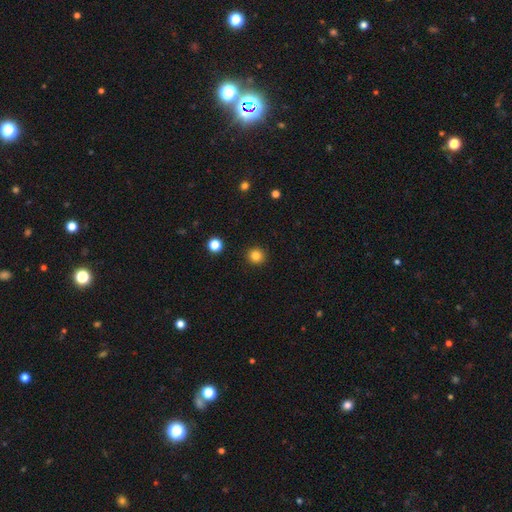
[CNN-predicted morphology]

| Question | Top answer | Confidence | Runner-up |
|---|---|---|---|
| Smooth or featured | smooth | 84% | star or artifact (12%) |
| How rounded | round | 94% | in between (5%) |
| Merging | none | 93% | minor disturbance (5%) |